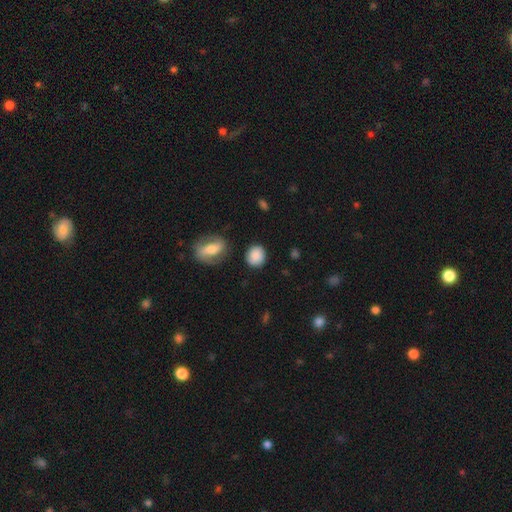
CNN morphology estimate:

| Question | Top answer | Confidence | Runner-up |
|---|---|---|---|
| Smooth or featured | smooth | 82% | featured or disk (10%) |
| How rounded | round | 76% | in between (22%) |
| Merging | none | 80% | minor disturbance (12%) |